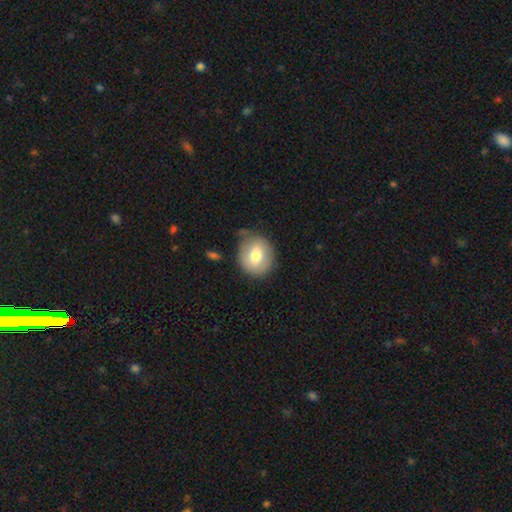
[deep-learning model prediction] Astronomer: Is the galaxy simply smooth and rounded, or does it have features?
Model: smooth — 72%.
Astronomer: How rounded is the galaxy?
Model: round — 74%.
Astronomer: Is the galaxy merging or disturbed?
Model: none — 69%.